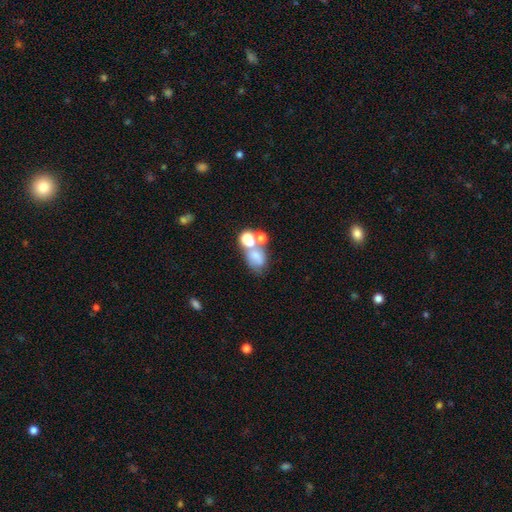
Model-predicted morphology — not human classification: Smooth or featured? Predicted: smooth (p=0.56). How rounded? Predicted: in between (p=0.61). Merging? Predicted: merger (p=0.48).